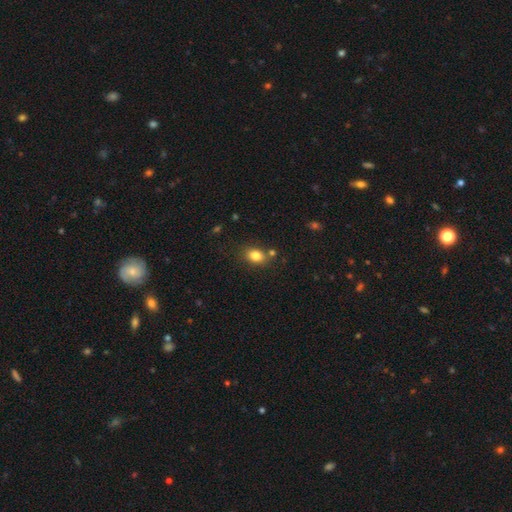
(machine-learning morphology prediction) Smooth or featured?
  - smooth: 82% *
  - star or artifact: 10%
  - featured or disk: 7%
How rounded?
  - in between: 68% *
  - round: 31%
  - cigar-shaped: 1%
Merging?
  - none: 74% *
  - minor disturbance: 13%
  - merger: 10%
  - major disturbance: 4%